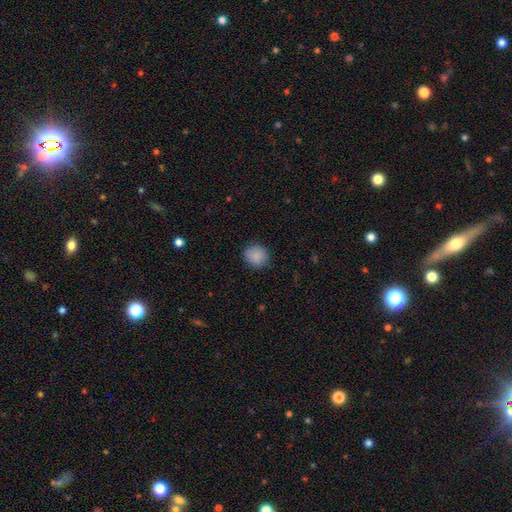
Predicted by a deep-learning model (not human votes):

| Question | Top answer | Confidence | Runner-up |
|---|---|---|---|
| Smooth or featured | smooth | 88% | star or artifact (8%) |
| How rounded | round | 86% | in between (13%) |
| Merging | none | 86% | minor disturbance (11%) |